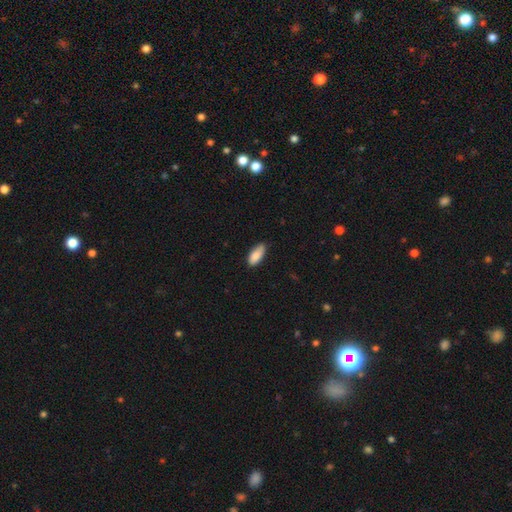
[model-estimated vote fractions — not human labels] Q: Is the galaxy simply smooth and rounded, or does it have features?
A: smooth — 87%.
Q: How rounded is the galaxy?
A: in between — 86%.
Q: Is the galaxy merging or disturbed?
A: none — 75%.